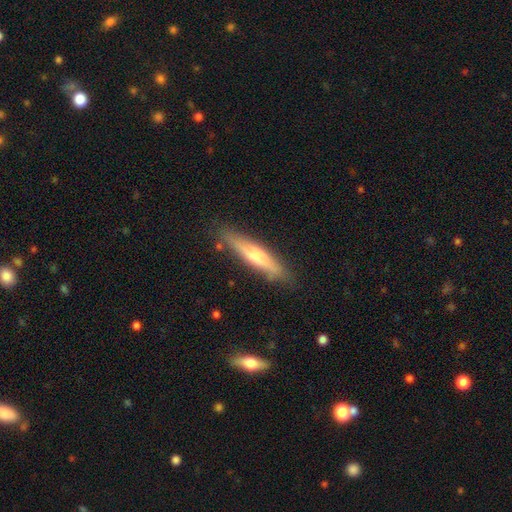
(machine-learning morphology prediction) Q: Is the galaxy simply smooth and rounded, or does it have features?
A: smooth — 49%.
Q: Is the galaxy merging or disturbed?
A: none — 85%.